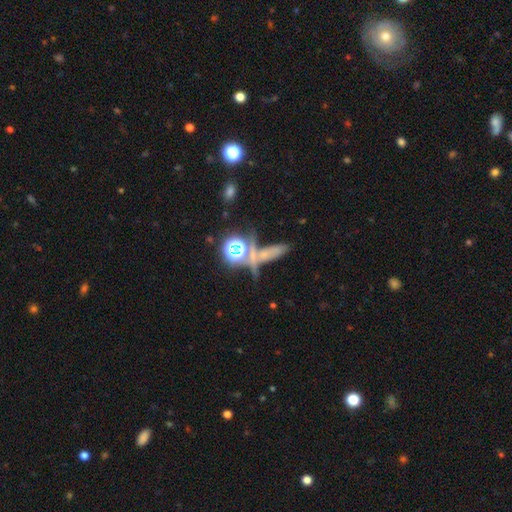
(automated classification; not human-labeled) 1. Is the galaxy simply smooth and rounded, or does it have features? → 49% star or artifact, 32% smooth, 19% featured or disk.